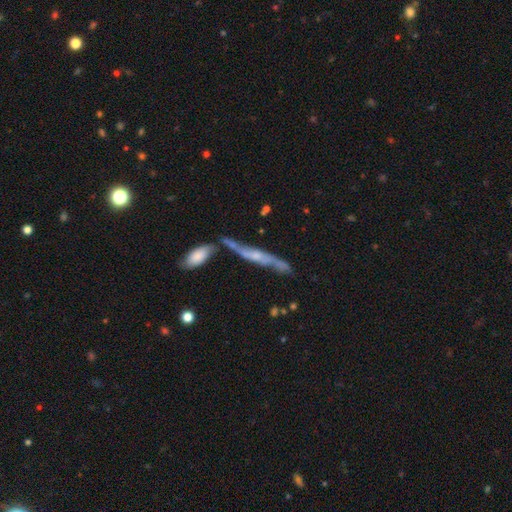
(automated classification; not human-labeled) Smooth or featured? Predicted: featured or disk (p=0.66). Edge-on disk? Predicted: yes (p=0.71). Merging? Predicted: none (p=0.49).